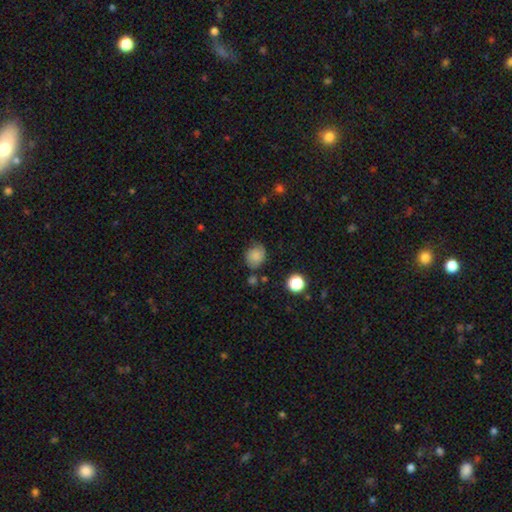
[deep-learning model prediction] Smooth or featured: smooth — 76% (featured or disk — 13%)
How rounded: round — 67% (in between — 32%)
Merging: none — 65% (minor disturbance — 24%)